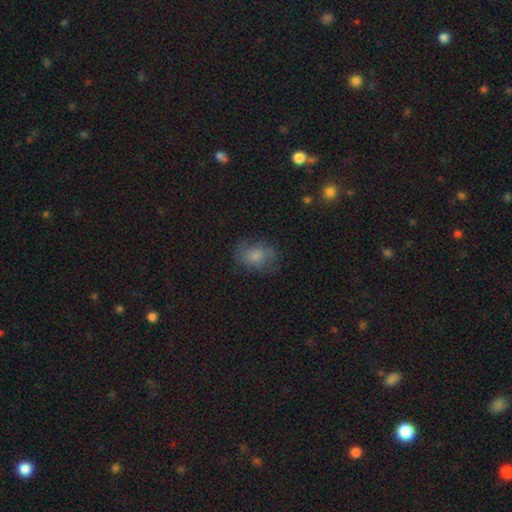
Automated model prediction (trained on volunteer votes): Overall: smooth (69%). How rounded: in between (66%; round 33%). Merging: none (65%).